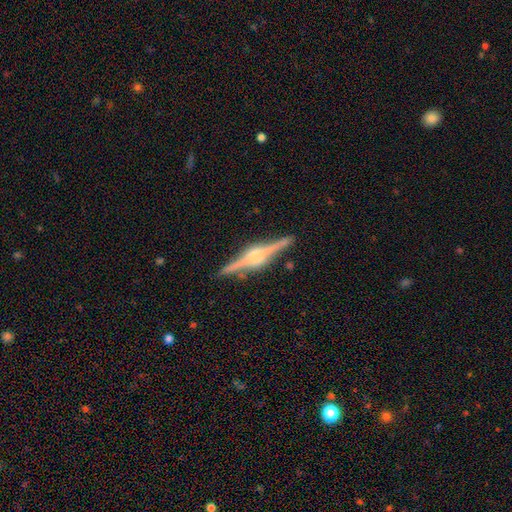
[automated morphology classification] featured or disk 87%, smooth 8%, star or artifact 5%. Down the decision tree: edge-on disk — yes (98%); edge-on bulge — rounded (88%); merging — none (90%).